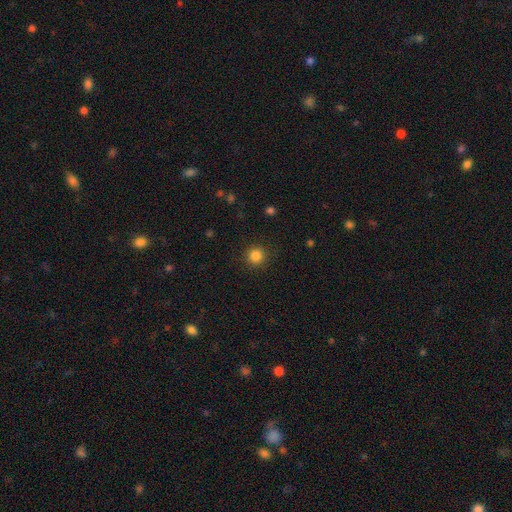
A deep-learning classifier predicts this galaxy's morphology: Smooth or featured?
  - smooth: 84% *
  - star or artifact: 12%
  - featured or disk: 4%
How rounded?
  - round: 95% *
  - in between: 4%
  - cigar-shaped: 1%
Merging?
  - none: 91% *
  - minor disturbance: 5%
  - major disturbance: 2%
  - merger: 1%